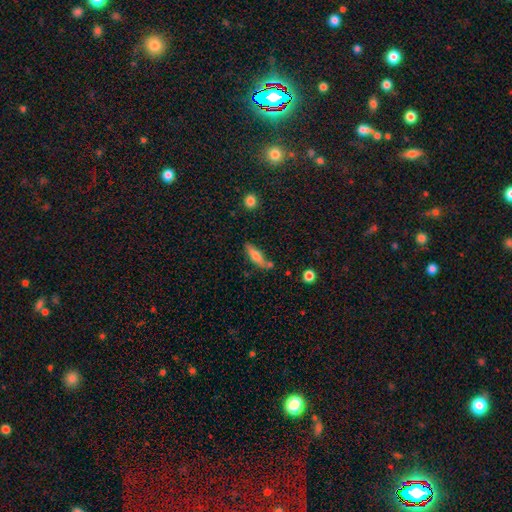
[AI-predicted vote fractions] Smooth or featured: smooth — 67% (featured or disk — 26%)
How rounded: cigar-shaped — 60% (in between — 37%)
Merging: none — 63% (minor disturbance — 20%)